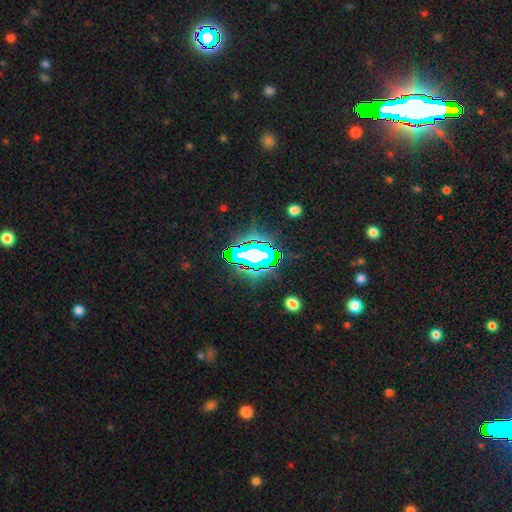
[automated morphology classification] Smooth or featured? star or artifact (67%)